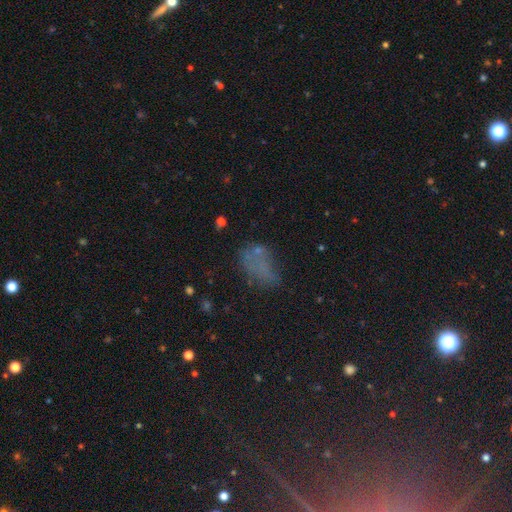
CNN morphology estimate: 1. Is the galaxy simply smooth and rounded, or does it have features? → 52% smooth, 26% featured or disk, 22% star or artifact.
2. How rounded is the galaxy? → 82% in between, 14% round, 4% cigar-shaped.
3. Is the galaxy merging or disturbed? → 38% none, 28% major disturbance, 23% minor disturbance, 10% merger.